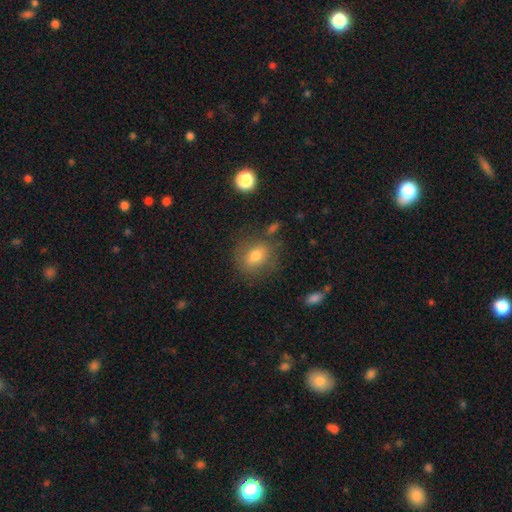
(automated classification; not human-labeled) A smooth galaxy with no disk features (72%) that is in between round and cigar-shaped (53%). Merging: none (73%).